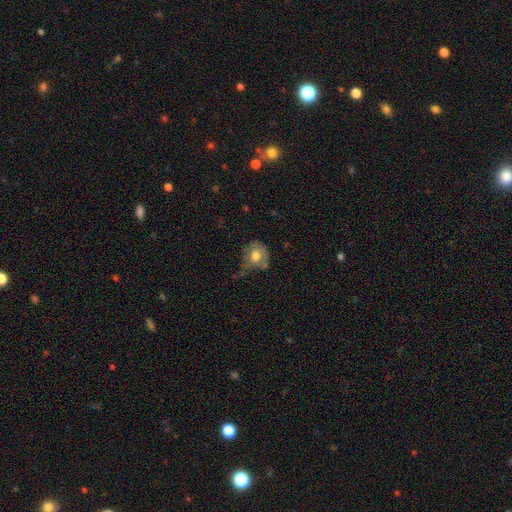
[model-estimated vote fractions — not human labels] A smooth galaxy with no disk features (65%) that is round (65%). Merging: none (34%).